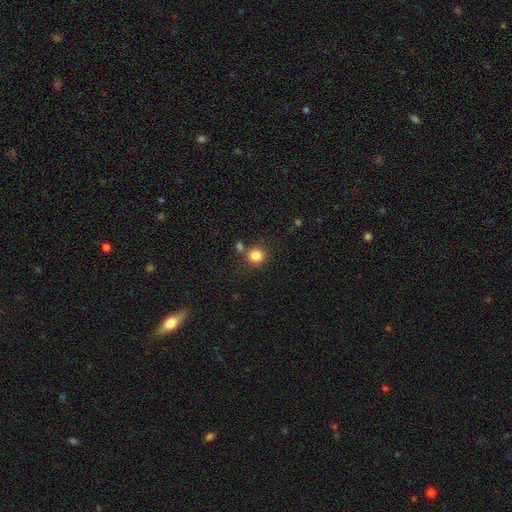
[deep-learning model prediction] Morphology: type=smooth (84%); roundness=round (89%); merging=none (76%).